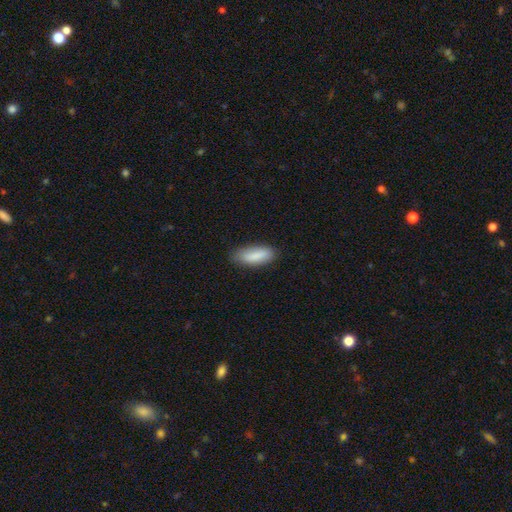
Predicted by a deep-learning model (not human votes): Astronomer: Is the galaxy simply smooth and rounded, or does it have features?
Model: smooth — 85%.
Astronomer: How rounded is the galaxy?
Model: in between — 71%.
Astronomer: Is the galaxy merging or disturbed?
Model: none — 76%.